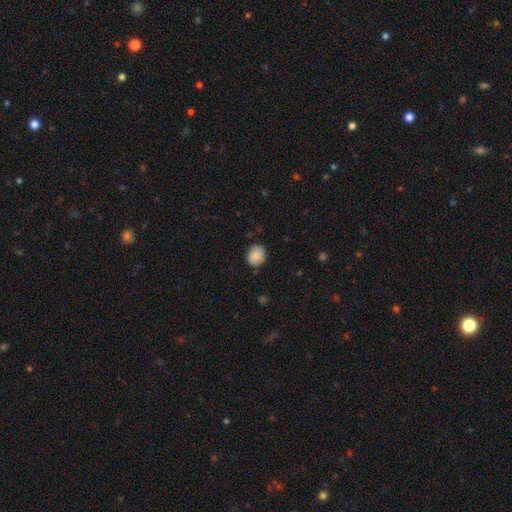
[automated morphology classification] Smooth or featured? Predicted: smooth (p=0.86). How rounded? Predicted: round (p=0.57). Merging? Predicted: none (p=0.81).